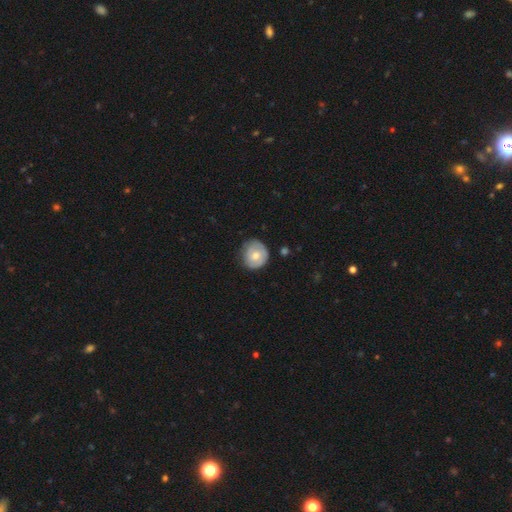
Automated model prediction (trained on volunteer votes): Q: Smooth or featured?
A: smooth (62%); runner-up: featured or disk (32%)
Q: How rounded?
A: round (86%); runner-up: in between (13%)
Q: Merging?
A: none (68%); runner-up: minor disturbance (25%)